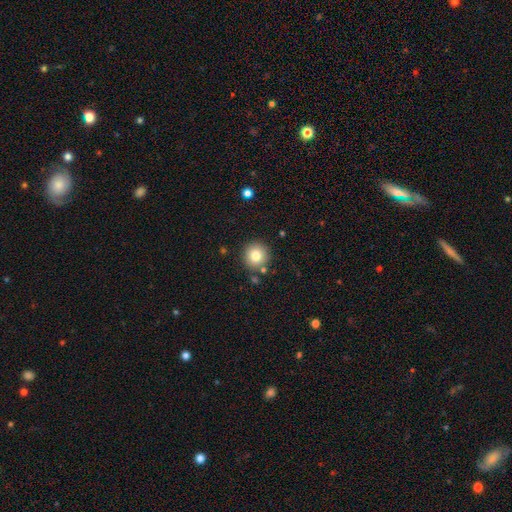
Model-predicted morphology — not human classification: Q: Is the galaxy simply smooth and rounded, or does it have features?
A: smooth — 80%.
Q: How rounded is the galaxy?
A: round — 94%.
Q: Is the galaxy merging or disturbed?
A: none — 85%.